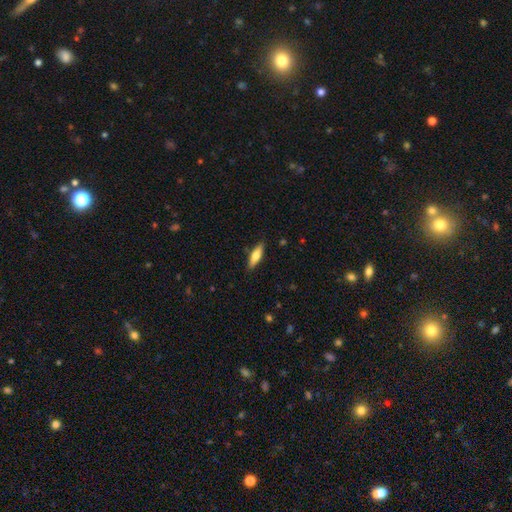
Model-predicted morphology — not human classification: smooth-or-featured: smooth: 60% | featured or disk: 34% | star or artifact: 6%
  how-rounded: cigar-shaped: 55% | in between: 43% | round: 2%
  merging: none: 87% | minor disturbance: 10% | major disturbance: 2% | merger: 1%